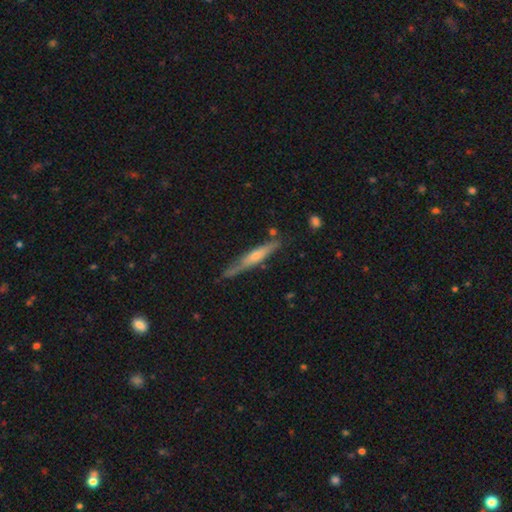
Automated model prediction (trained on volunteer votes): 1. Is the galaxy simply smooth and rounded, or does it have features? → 58% featured or disk, 37% smooth, 6% star or artifact.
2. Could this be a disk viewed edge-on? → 93% yes, 7% no.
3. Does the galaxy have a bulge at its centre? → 60% rounded, 28% none, 12% boxy.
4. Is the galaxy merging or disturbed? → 72% none, 20% minor disturbance, 4% major disturbance, 4% merger.